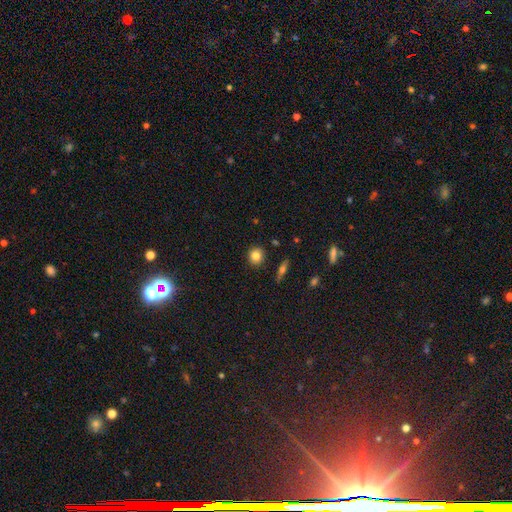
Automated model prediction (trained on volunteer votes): Smooth or featured? smooth (81%)
How rounded? round (86%)
Merging? none (89%)